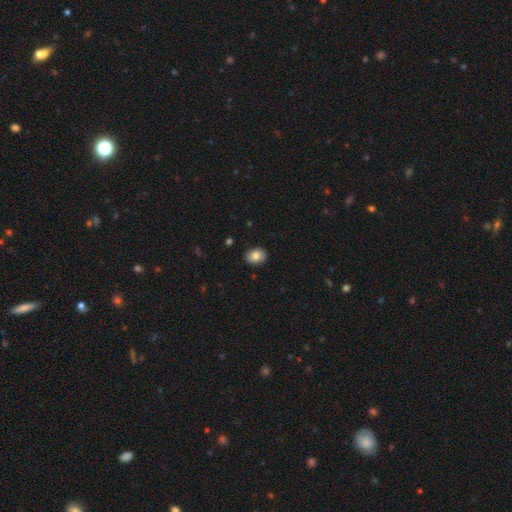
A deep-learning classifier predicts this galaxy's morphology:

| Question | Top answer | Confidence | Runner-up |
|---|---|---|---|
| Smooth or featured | smooth | 84% | featured or disk (8%) |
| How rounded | in between | 66% | round (33%) |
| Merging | none | 89% | minor disturbance (8%) |